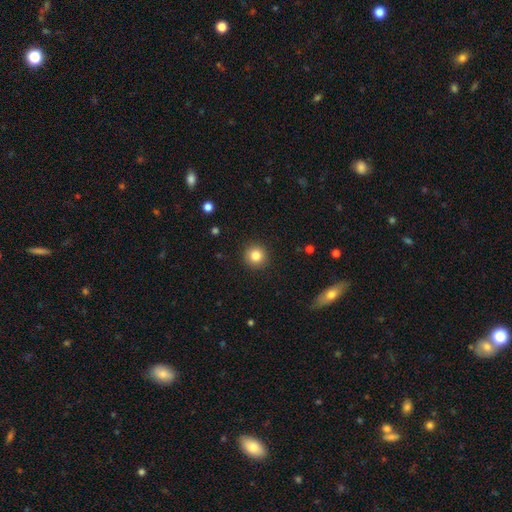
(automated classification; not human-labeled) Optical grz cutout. It shows a smooth galaxy with no disk features (84%) that is round (94%). Merging: none (92%).